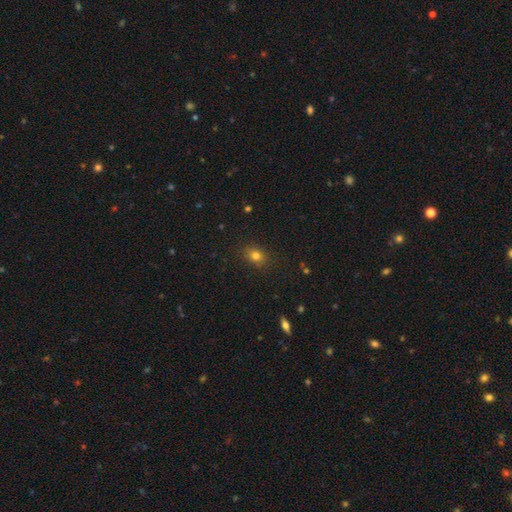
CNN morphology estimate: Smooth or featured?
  - smooth: 79% *
  - star or artifact: 14%
  - featured or disk: 7%
How rounded?
  - in between: 52% *
  - round: 47%
  - cigar-shaped: 1%
Merging?
  - none: 86% *
  - minor disturbance: 10%
  - major disturbance: 3%
  - merger: 1%